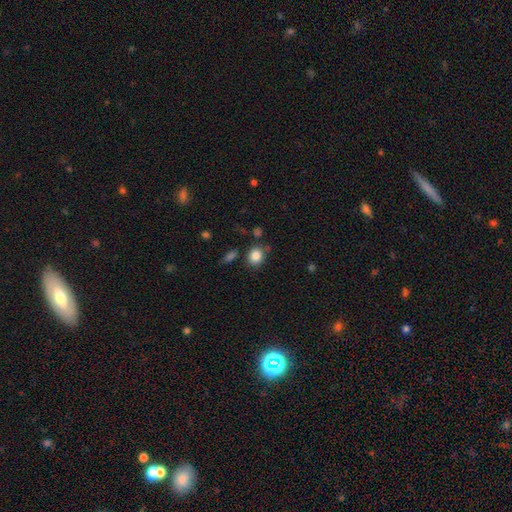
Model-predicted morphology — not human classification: This is clearly a smooth galaxy (84%). How rounded: likely round (69%). Merging: likely none (73%).